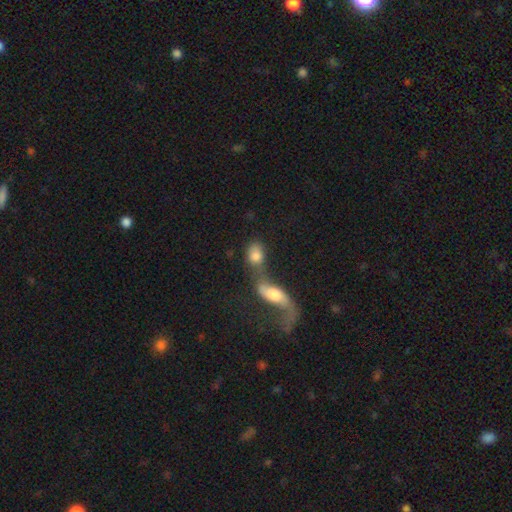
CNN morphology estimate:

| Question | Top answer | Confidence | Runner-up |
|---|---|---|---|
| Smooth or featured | smooth | 70% | featured or disk (21%) |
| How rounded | in between | 72% | round (23%) |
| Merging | merger | 63% | none (22%) |